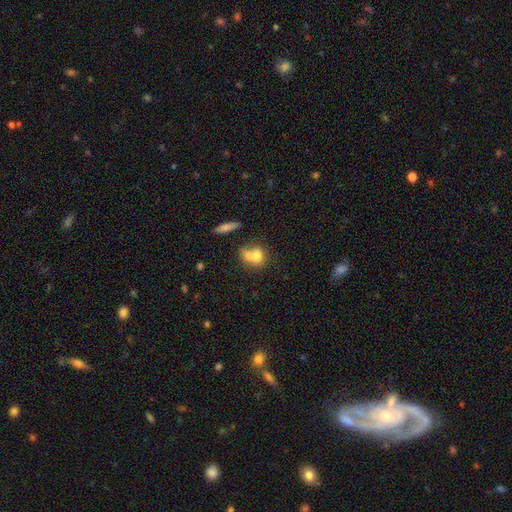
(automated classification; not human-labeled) A smooth galaxy with no disk features (70%) that is round (53%). Merging: merger (59%).